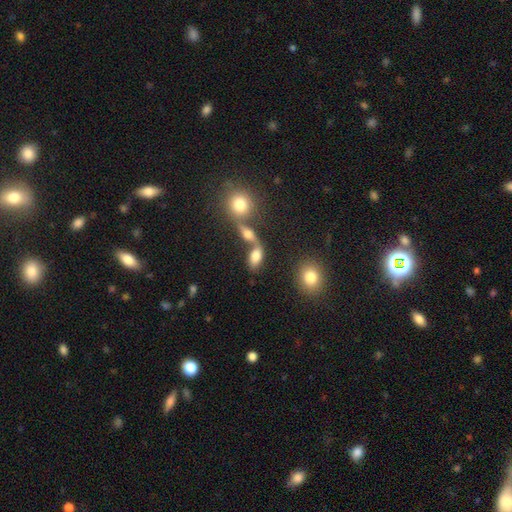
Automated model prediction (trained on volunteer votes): Smooth or featured? smooth (68%)
How rounded? in between (81%)
Merging? merger (48%)